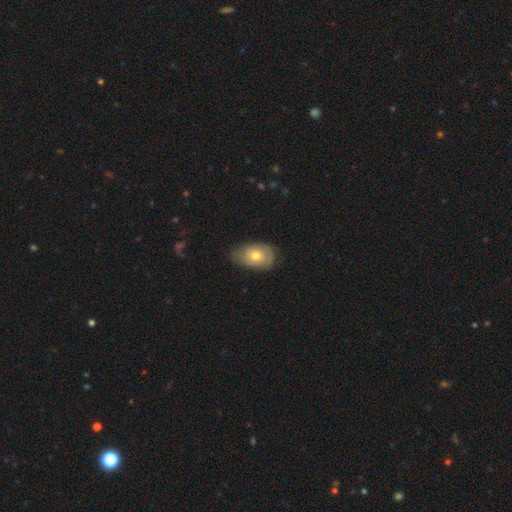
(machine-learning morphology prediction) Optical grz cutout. It shows a smooth galaxy with no disk features (53%) that is in between round and cigar-shaped (83%). Merging: none (56%).